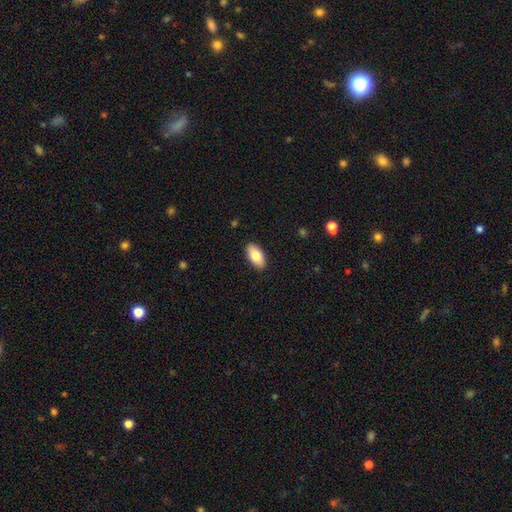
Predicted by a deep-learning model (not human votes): smooth-or-featured: smooth: 80% | featured or disk: 14% | star or artifact: 6%
  how-rounded: in between: 93% | cigar-shaped: 4% | round: 3%
  merging: none: 90% | minor disturbance: 8% | major disturbance: 2% | merger: 1%